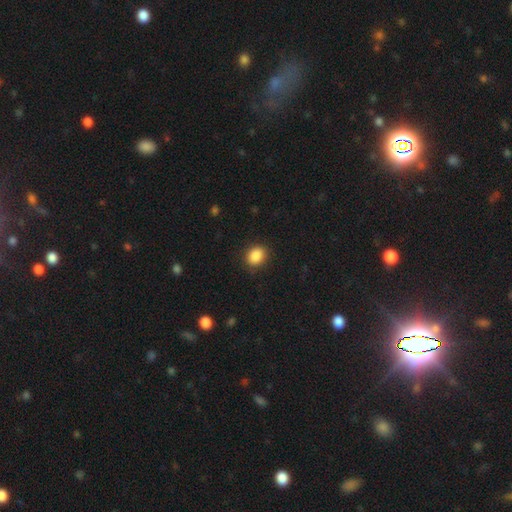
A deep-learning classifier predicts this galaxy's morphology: Smooth or featured?
  - smooth: 88% *
  - star or artifact: 9%
  - featured or disk: 4%
How rounded?
  - round: 54% *
  - in between: 45%
  - cigar-shaped: 1%
Merging?
  - none: 85% *
  - minor disturbance: 11%
  - major disturbance: 3%
  - merger: 1%